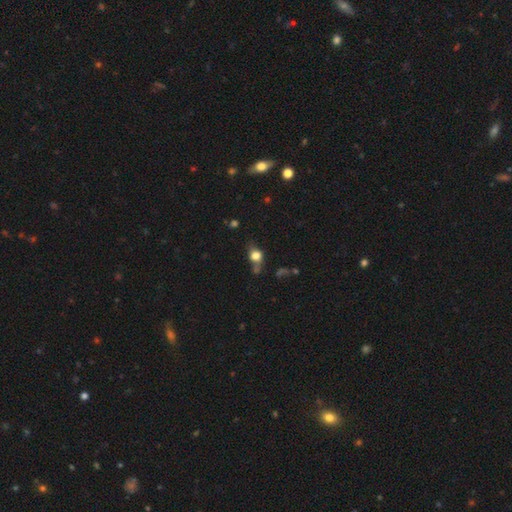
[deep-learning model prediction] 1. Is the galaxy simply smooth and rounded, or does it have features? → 71% smooth, 16% featured or disk, 13% star or artifact.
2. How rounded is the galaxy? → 57% round, 40% in between, 4% cigar-shaped.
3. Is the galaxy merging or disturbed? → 50% none, 23% minor disturbance, 13% merger, 13% major disturbance.